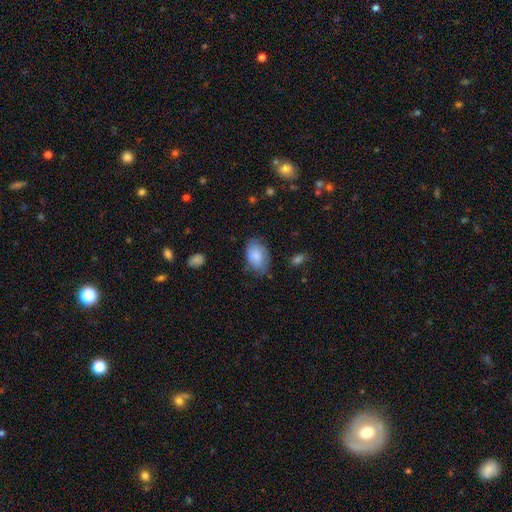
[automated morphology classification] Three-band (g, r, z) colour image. It shows a smooth galaxy with no disk features (81%) that is in between round and cigar-shaped (90%). Merging: none (68%).